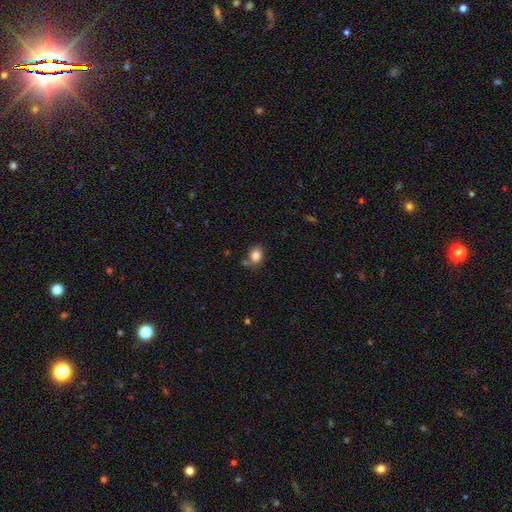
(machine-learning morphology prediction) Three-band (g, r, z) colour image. It shows a smooth galaxy with no disk features (83%) that is round (55%). Merging: none (69%).